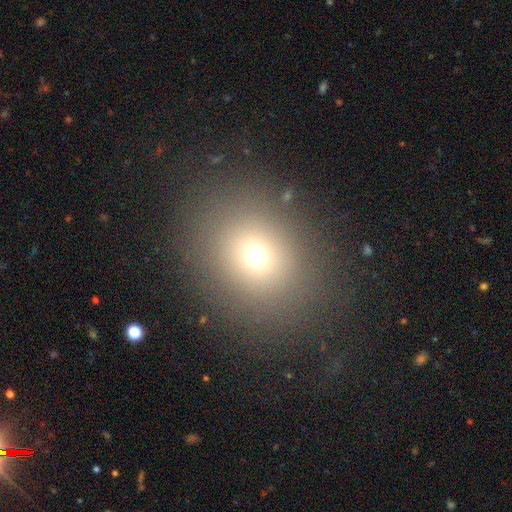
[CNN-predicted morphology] Q: Smooth or featured?
A: smooth (68%); runner-up: star or artifact (20%)
Q: How rounded?
A: round (62%); runner-up: in between (38%)
Q: Merging?
A: none (83%); runner-up: minor disturbance (9%)